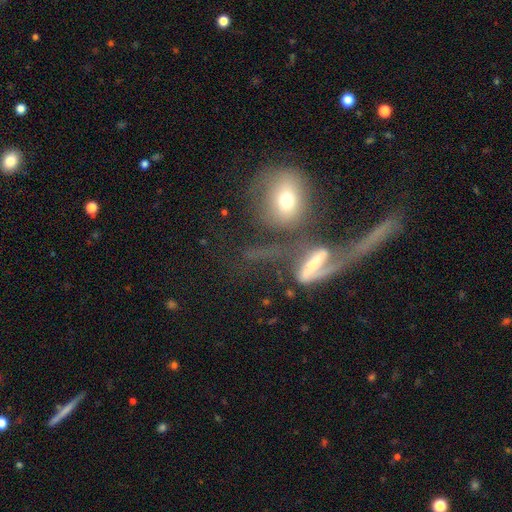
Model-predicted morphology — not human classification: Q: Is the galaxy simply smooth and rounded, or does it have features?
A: featured or disk — 57%.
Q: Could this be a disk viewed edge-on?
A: no — 79%.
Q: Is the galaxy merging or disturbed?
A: merger — 47%.